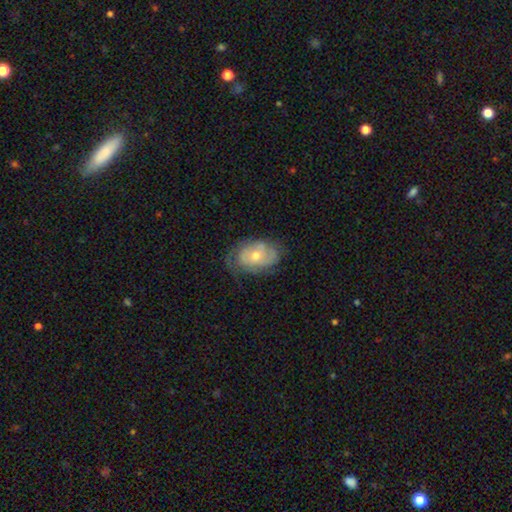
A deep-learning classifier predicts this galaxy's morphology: This is possibly a featured or disk galaxy (53%). It is clearly not viewed edge-on (94%). Bar: likely no (79%). Spiral arm pattern: likely yes (61%). Central bulge: possibly moderate (57%). Merging: possibly none (58%).